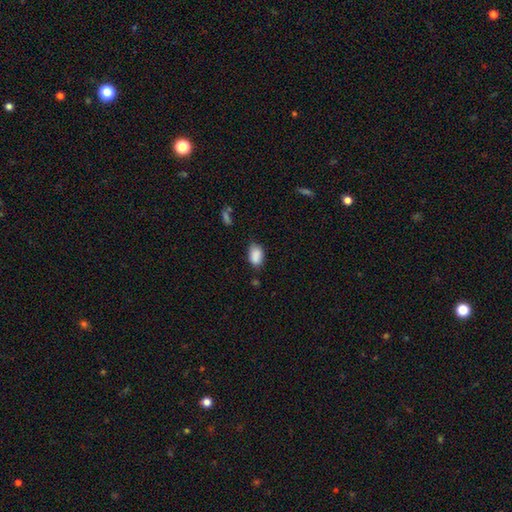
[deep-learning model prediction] A smooth galaxy with no disk features (87%) that is in between round and cigar-shaped (87%). Merging: none (65%).